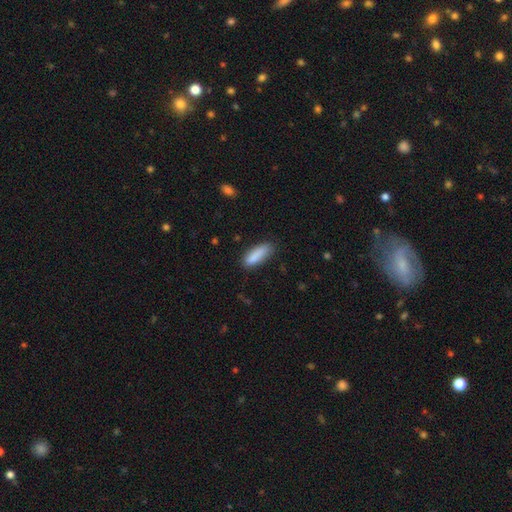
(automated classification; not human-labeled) The model was most divided on "how rounded": cigar-shaped: 50%, in between: 49%, round: 2%. More confident: smooth or featured — smooth (87%); merging — none (77%).